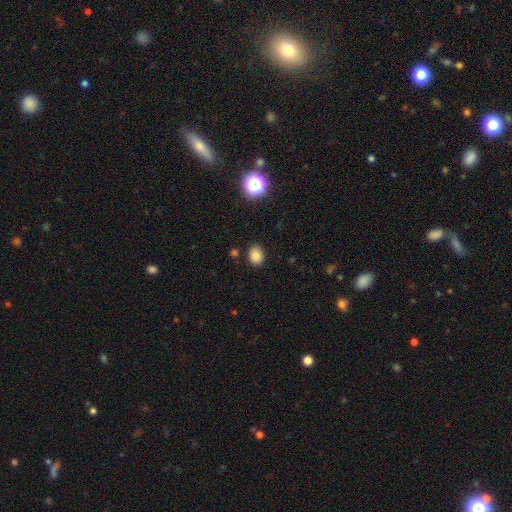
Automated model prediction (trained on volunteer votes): Smooth or featured?
  - smooth: 84% *
  - star or artifact: 12%
  - featured or disk: 4%
How rounded?
  - in between: 63% *
  - round: 36%
  - cigar-shaped: 1%
Merging?
  - none: 84% *
  - minor disturbance: 11%
  - major disturbance: 3%
  - merger: 2%